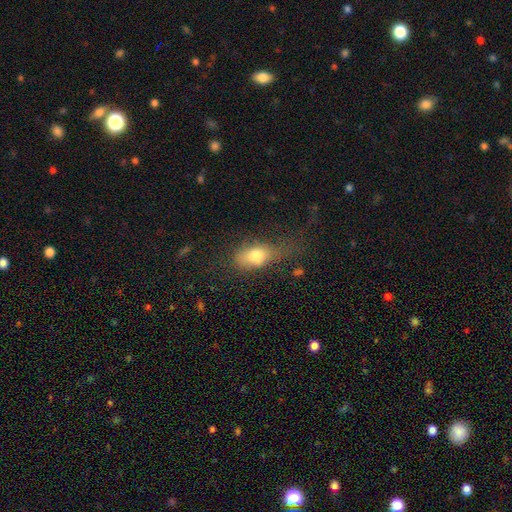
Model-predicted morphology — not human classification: Smooth or featured?
  - smooth: 77% *
  - featured or disk: 14%
  - star or artifact: 9%
How rounded?
  - in between: 84% *
  - round: 10%
  - cigar-shaped: 6%
Merging?
  - none: 41% *
  - minor disturbance: 29%
  - major disturbance: 27%
  - merger: 3%